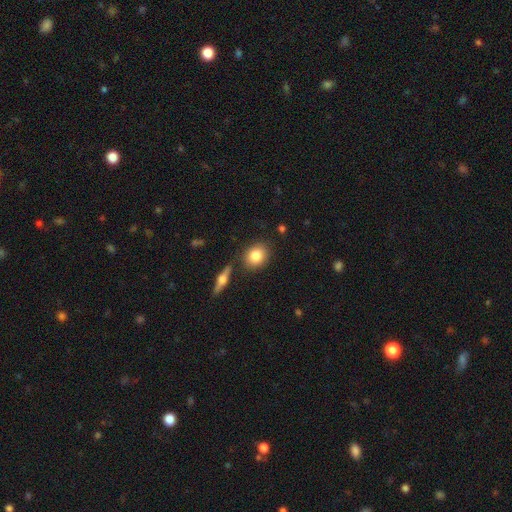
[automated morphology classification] Smooth or featured: smooth — 81% (featured or disk — 12%)
How rounded: round — 52% (in between — 45%)
Merging: none — 80% (minor disturbance — 10%)